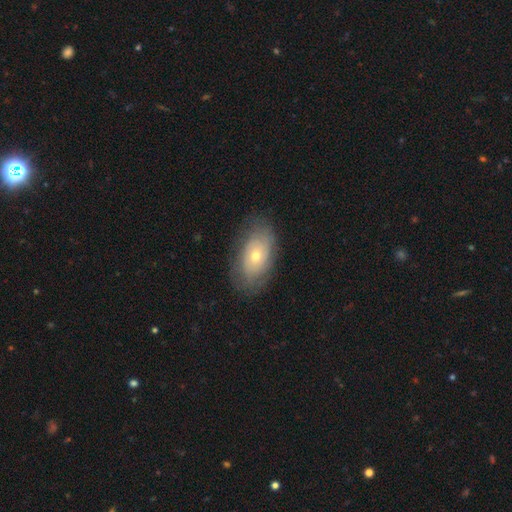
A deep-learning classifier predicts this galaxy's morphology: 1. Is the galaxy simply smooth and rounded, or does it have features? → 47% featured or disk, 45% smooth, 8% star or artifact.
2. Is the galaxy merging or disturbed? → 76% none, 17% minor disturbance, 6% major disturbance, 1% merger.